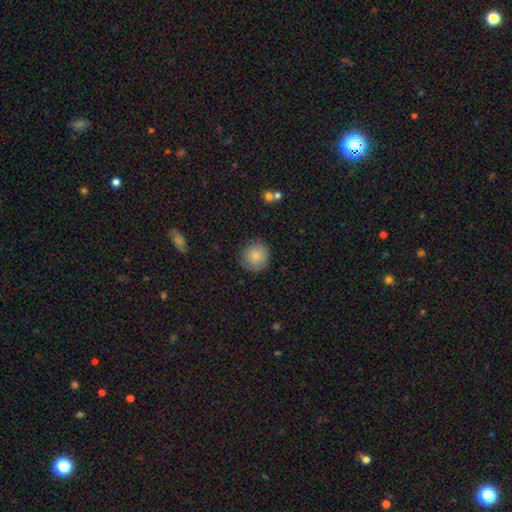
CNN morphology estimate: smooth 83%, featured or disk 9%, star or artifact 8%. Down the decision tree: how rounded — round (94%); merging — none (85%).